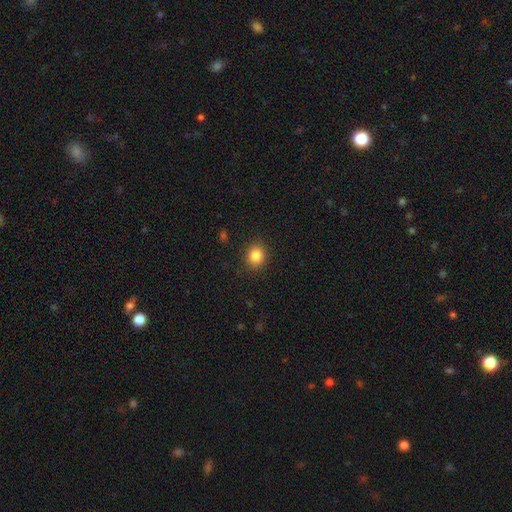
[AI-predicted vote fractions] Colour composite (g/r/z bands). It shows a smooth galaxy with no disk features (85%) that is round (76%). Merging: none (90%).